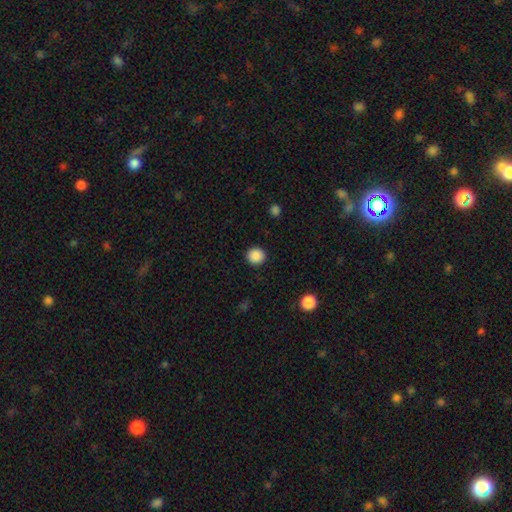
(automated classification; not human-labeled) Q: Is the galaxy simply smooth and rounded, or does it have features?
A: smooth — 88%.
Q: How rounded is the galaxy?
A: round — 92%.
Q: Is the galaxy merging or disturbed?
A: none — 92%.